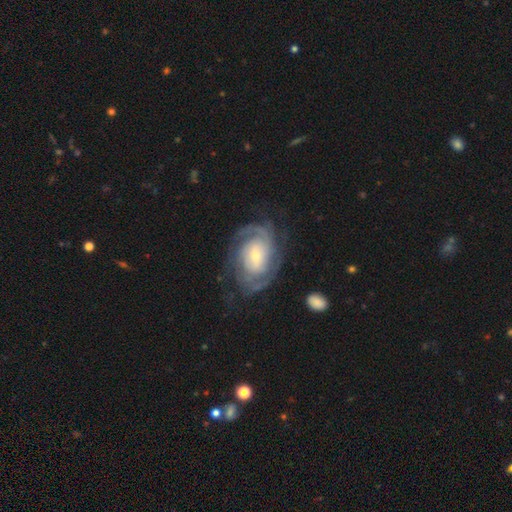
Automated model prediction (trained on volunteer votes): A featured or disk galaxy (85%) with no bar (55%), can't tell (32%, tied with 2) tight (60%) spiral arms (95%) and a small central bulge (57%).

Vote fractions:
- Smooth or featured? featured or disk: 85% / smooth: 10% / star or artifact: 5%
- Edge-on disk? no: 97% / yes: 3%
- Bar? no: 55% / weak: 35% / strong: 10%
- Spiral arms? yes: 95% / no: 5%
- Spiral winding? tight: 60% / medium: 31% / loose: 9%
- Spiral arm count? can't tell: 32% (tied) / 2: 32% (tied) / 3: 18% / 4: 8% / 1: 6% / more than 4: 5%
- Bulge size? small: 57% / moderate: 32% / large: 7% / none: 2% / dominant: 1%
- Merging? none: 68% / minor disturbance: 18% / major disturbance: 12% / merger: 2%